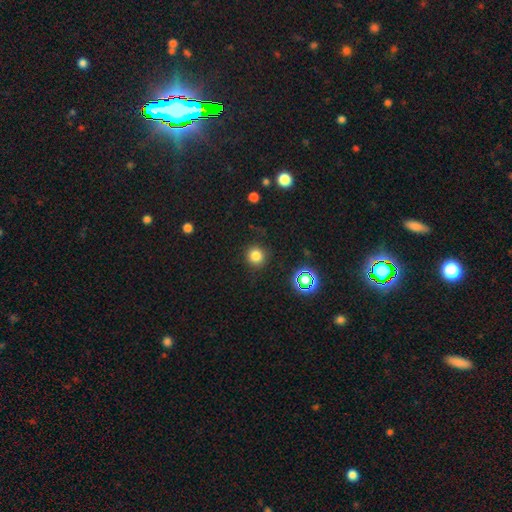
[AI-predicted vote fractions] Overall: smooth (79%). How rounded: round (92%). Merging: none (88%).